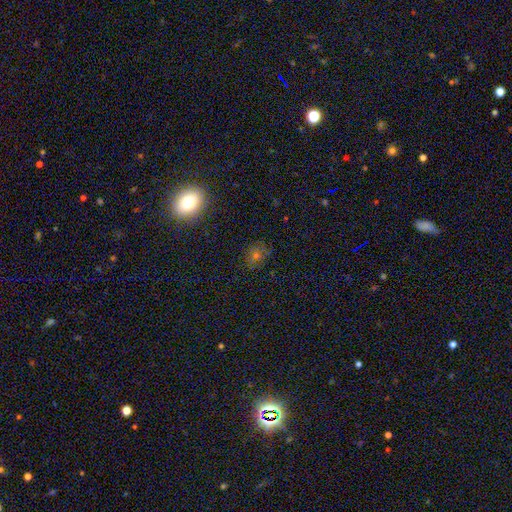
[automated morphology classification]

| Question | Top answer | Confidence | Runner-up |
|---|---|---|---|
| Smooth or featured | smooth | 59% | star or artifact (29%) |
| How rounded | round | 62% | in between (36%) |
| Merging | none | 77% | minor disturbance (14%) |